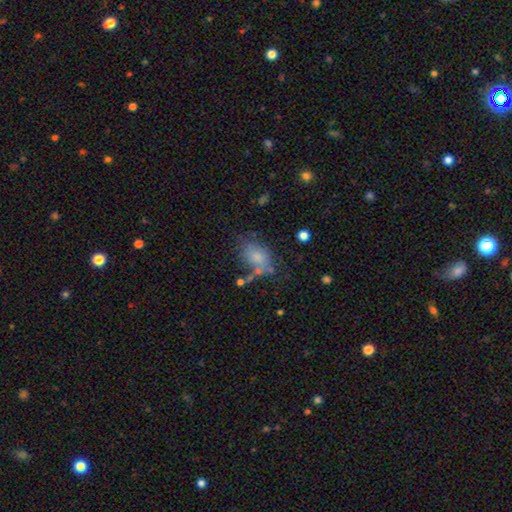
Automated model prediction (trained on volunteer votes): Smooth or featured: smooth — 69% (featured or disk — 17%)
How rounded: in between — 78% (round — 20%)
Merging: none — 54% (minor disturbance — 23%)